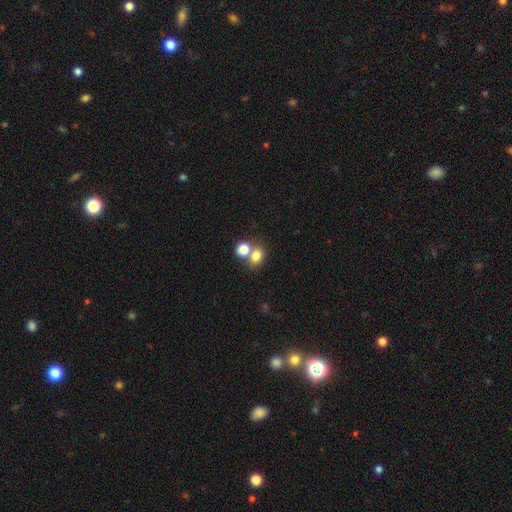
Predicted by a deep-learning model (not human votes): A smooth galaxy with no disk features (77%) that is round (50%). Merging: merger (47%).